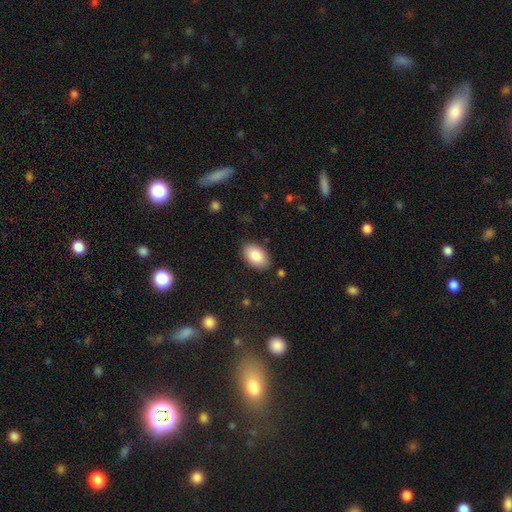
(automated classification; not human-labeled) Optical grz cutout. It shows a smooth galaxy with no disk features (84%) that is in between round and cigar-shaped (92%). Merging: none (87%).